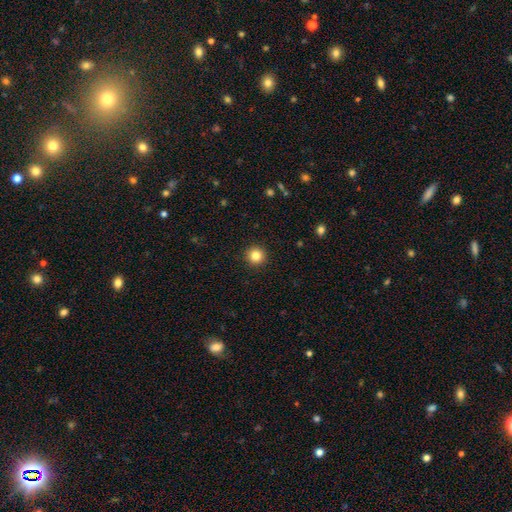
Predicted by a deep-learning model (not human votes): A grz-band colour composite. It shows a smooth galaxy with no disk features (84%) that is round (96%). Merging: none (93%).